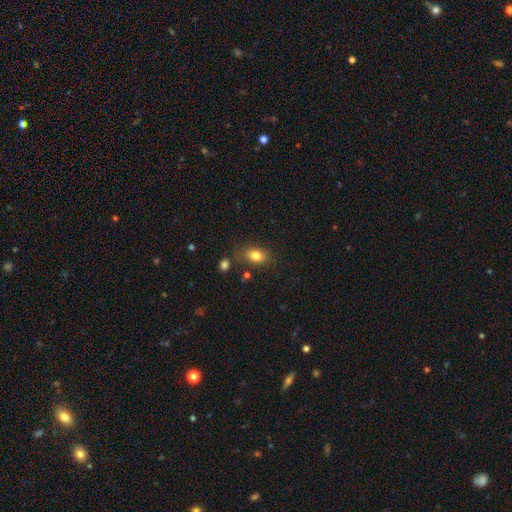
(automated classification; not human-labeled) This appears to be a smooth galaxy with no disk features (81%) that is in between round and cigar-shaped (77%). Merging: none (75%).